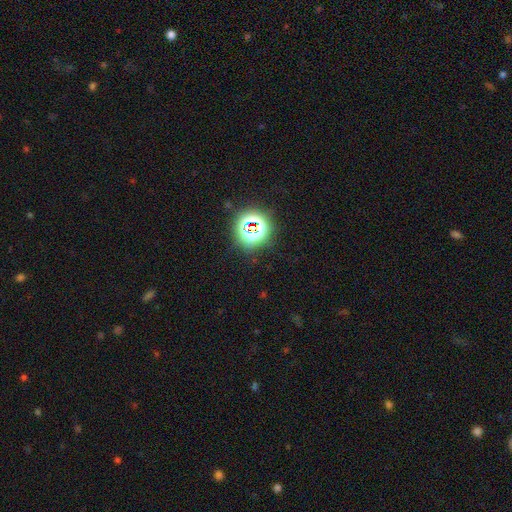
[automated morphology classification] A star or artifact, not a galaxy (81%).

Vote fractions:
- Smooth or featured? star or artifact: 81% / smooth: 13% / featured or disk: 6%